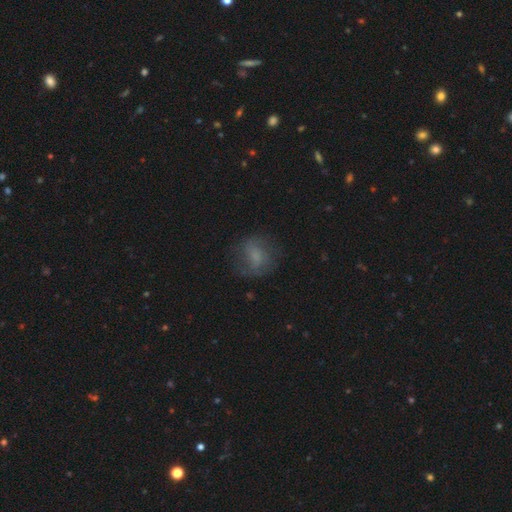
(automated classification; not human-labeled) Smooth or featured? Predicted: smooth (p=0.52). How rounded? Predicted: round (p=0.66). Merging? Predicted: none (p=0.68).